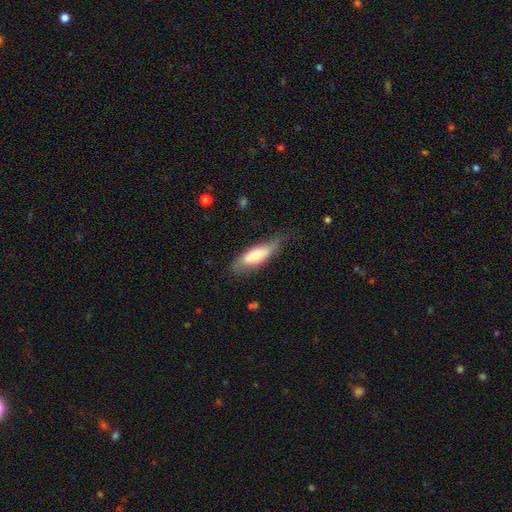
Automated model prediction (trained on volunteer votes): smooth 61%, featured or disk 33%, star or artifact 6%. Down the decision tree: how rounded — in between (60%); merging — none (55%).